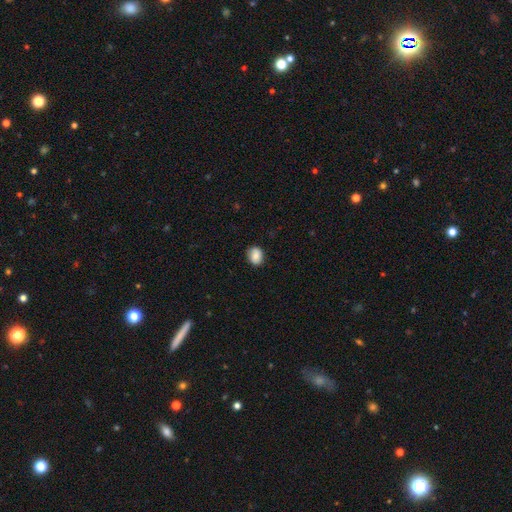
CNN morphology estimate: Q: Smooth or featured?
A: smooth (83%); runner-up: featured or disk (9%)
Q: How rounded?
A: in between (52%); runner-up: round (47%)
Q: Merging?
A: none (85%); runner-up: minor disturbance (12%)